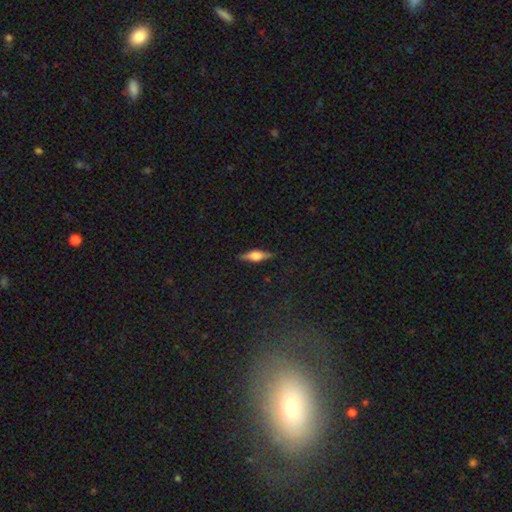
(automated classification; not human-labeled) Smooth or featured?
  - featured or disk: 58% *
  - smooth: 34%
  - star or artifact: 7%
Edge-on disk?
  - yes: 95% *
  - no: 5%
Edge-on bulge?
  - rounded: 84% *
  - boxy: 14%
  - none: 2%
Merging?
  - none: 86% *
  - minor disturbance: 10%
  - major disturbance: 2%
  - merger: 1%